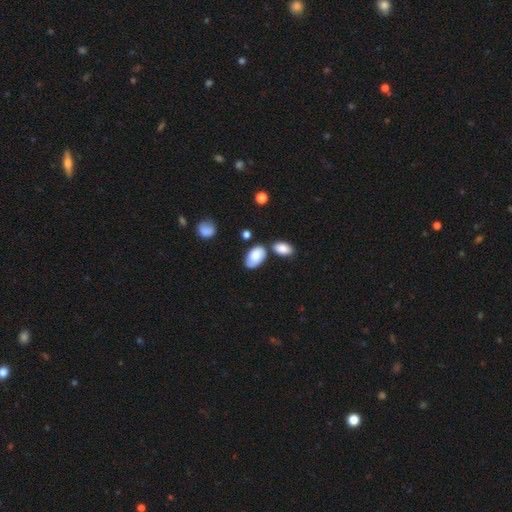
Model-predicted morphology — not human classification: smooth-or-featured: smooth: 77% | featured or disk: 16% | star or artifact: 7%
  how-rounded: in between: 94% | round: 4% | cigar-shaped: 1%
  merging: none: 55% | minor disturbance: 22% | merger: 16% | major disturbance: 6%